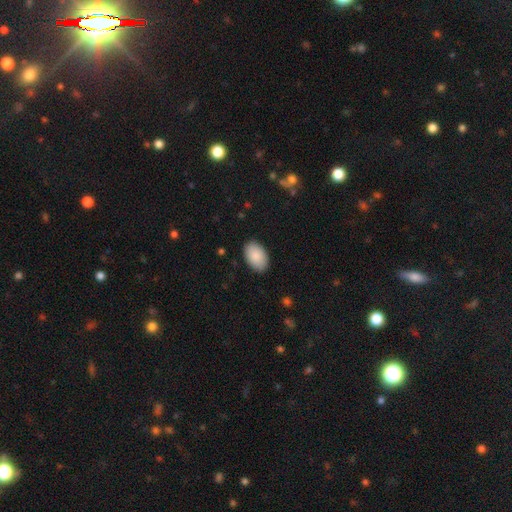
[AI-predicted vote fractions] smooth_or_featured: smooth (p=0.89) [alt: star or artifact p=0.06]
how_rounded: in between (p=0.93) [alt: round p=0.06]
merging: none (p=0.87) [alt: minor disturbance p=0.09]